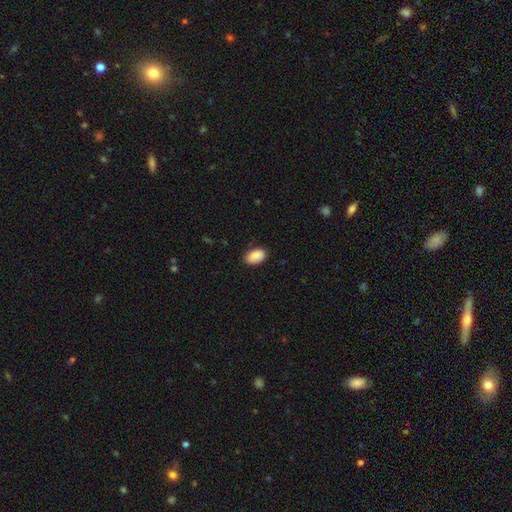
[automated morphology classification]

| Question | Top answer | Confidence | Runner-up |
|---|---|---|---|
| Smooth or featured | smooth | 86% | featured or disk (7%) |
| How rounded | in between | 90% | round (9%) |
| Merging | none | 78% | minor disturbance (18%) |